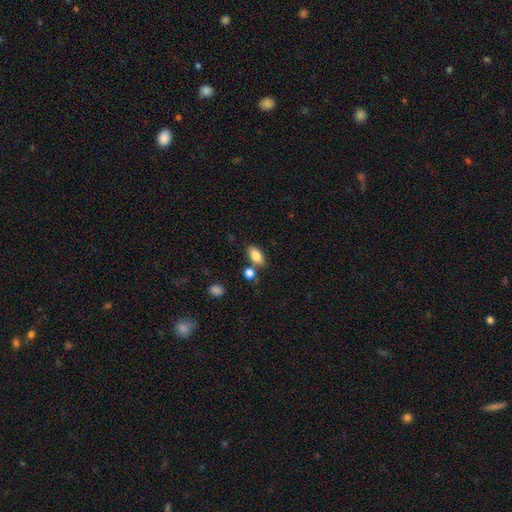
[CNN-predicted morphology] smooth-or-featured: smooth: 82% | featured or disk: 10% | star or artifact: 8%
  how-rounded: in between: 89% | round: 6% | cigar-shaped: 5%
  merging: none: 71% | merger: 14% | minor disturbance: 12% | major disturbance: 3%